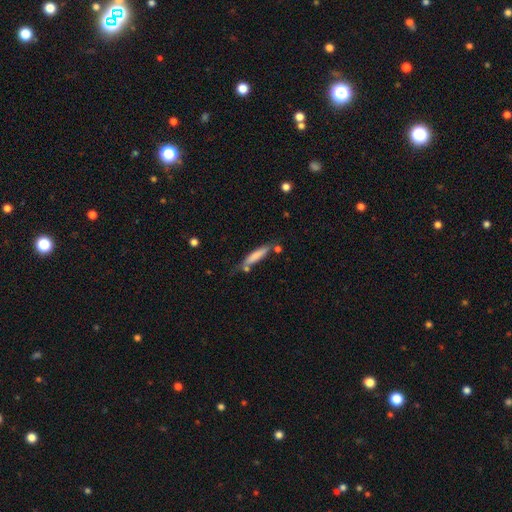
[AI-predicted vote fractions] This appears to be a smooth galaxy with no disk features (75%) that is cigar-shaped (86%). Merging: none (66%).